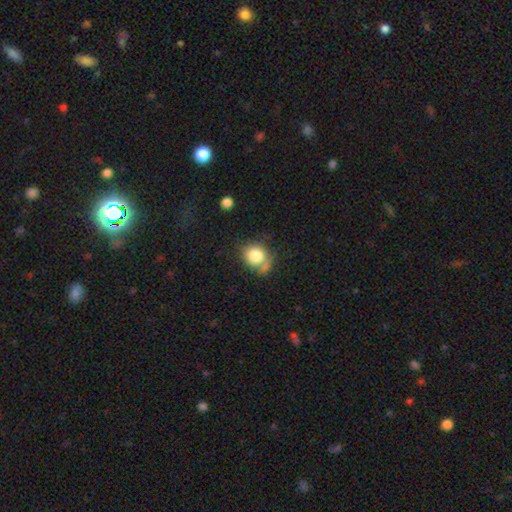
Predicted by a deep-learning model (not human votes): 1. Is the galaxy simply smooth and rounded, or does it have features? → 81% smooth, 10% featured or disk, 9% star or artifact.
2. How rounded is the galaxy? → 71% round, 28% in between, 1% cigar-shaped.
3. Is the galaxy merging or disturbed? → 52% none, 23% minor disturbance, 15% merger, 10% major disturbance.